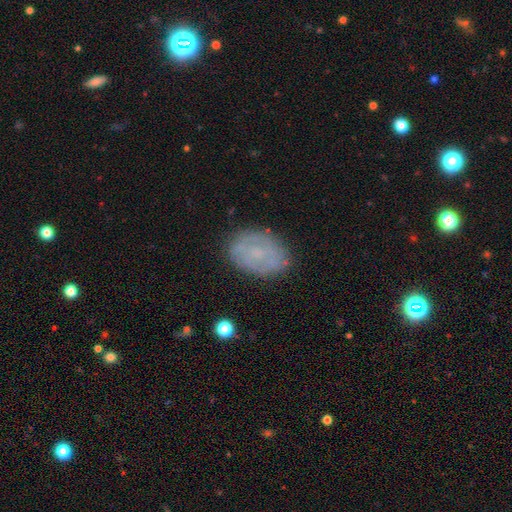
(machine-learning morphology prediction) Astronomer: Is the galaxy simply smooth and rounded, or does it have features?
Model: smooth — 49% (runner-up: featured or disk, 37%).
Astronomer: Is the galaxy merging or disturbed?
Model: none — 82%.